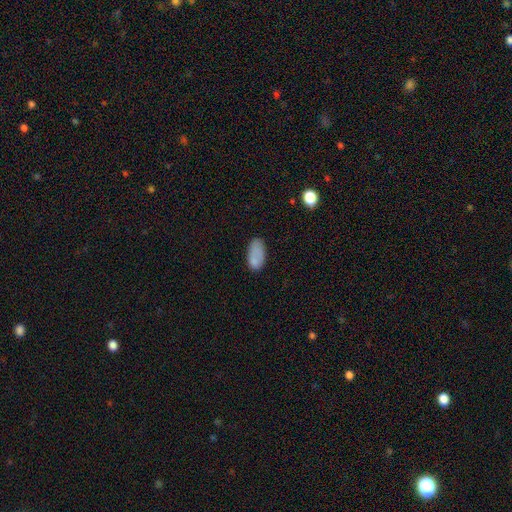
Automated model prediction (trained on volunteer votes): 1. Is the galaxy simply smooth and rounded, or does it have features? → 82% smooth, 9% star or artifact, 9% featured or disk.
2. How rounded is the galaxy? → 93% in between, 4% cigar-shaped, 3% round.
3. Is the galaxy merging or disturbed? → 66% none, 22% minor disturbance, 7% major disturbance, 4% merger.